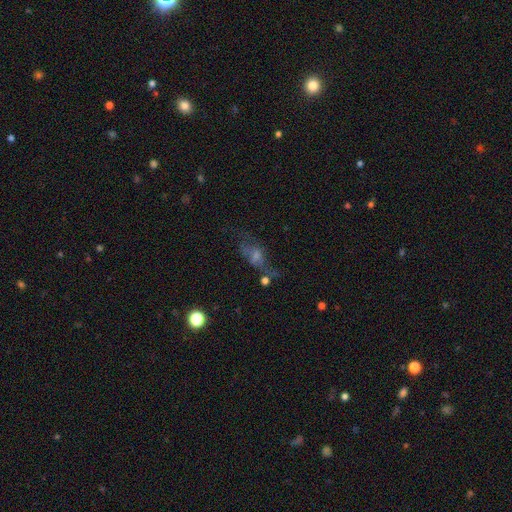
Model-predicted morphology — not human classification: smooth_or_featured: featured or disk (p=0.40) [alt: smooth p=0.33]
merging: none (p=0.46) [alt: major disturbance p=0.25]